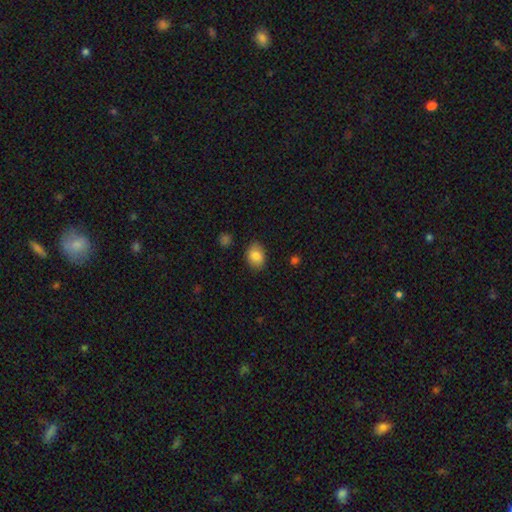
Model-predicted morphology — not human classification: Smooth or featured: smooth — 85% (star or artifact — 8%)
How rounded: in between — 71% (round — 28%)
Merging: none — 85% (minor disturbance — 12%)